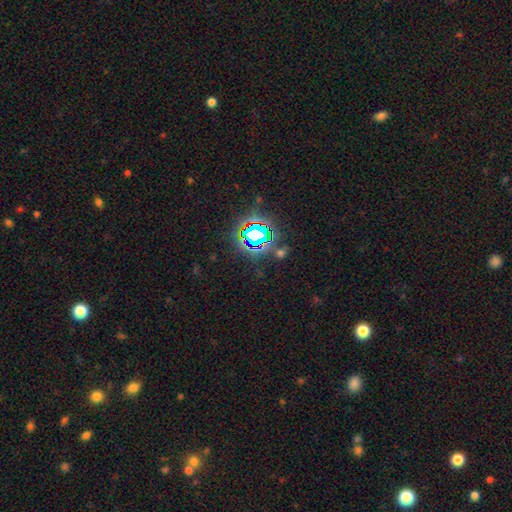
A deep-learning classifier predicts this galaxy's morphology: type=star or artifact (78%).